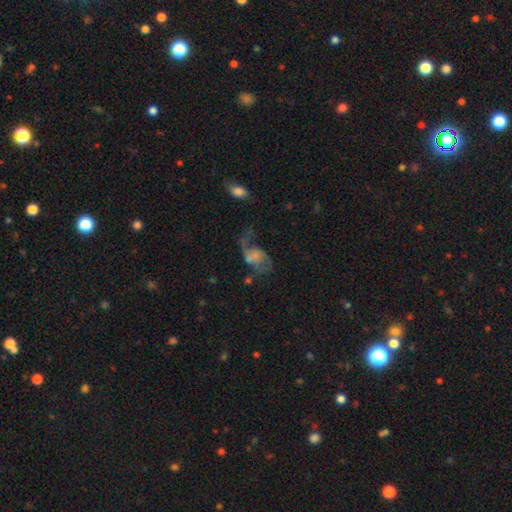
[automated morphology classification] Overall: featured or disk (61%; smooth 22%). Edge-on disk: no (96%). Bar: no (63%; weak 30%). Spiral arms: yes (75%). Bulge size: none (45%; small 30%). Merging: major disturbance (40%; none 35%).